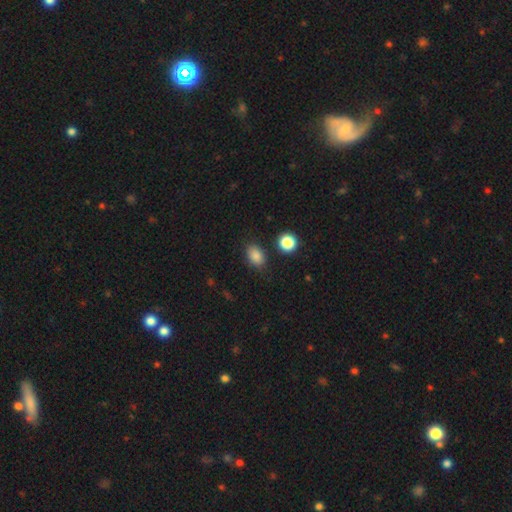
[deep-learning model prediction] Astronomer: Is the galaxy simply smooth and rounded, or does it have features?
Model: smooth — 86%.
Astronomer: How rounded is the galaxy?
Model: in between — 77%.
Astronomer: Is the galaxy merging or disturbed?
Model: none — 82%.